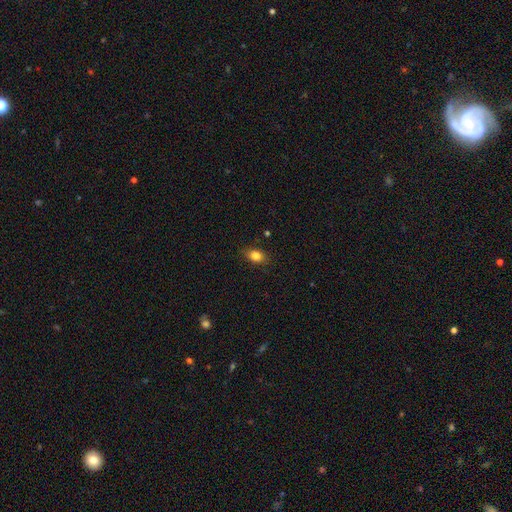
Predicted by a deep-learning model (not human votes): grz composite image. It shows a smooth galaxy with no disk features (83%) that is in between round and cigar-shaped (74%). Merging: none (81%).